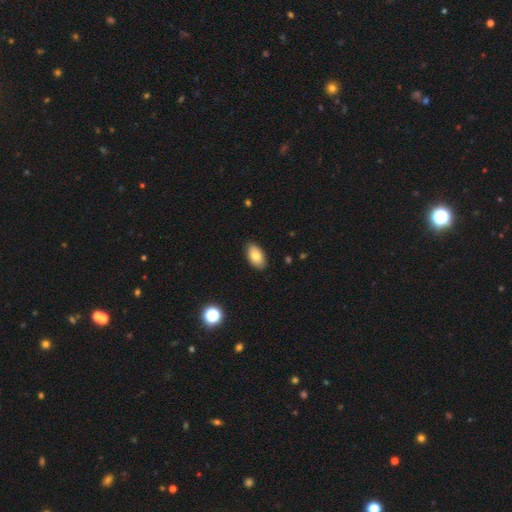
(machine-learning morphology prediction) Overall: smooth (82%). How rounded: in between (94%). Merging: none (87%).